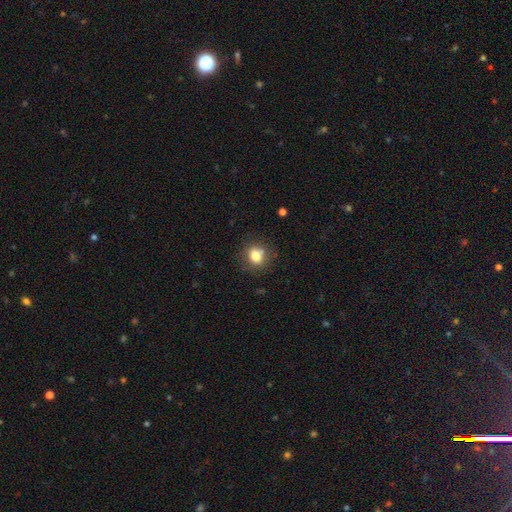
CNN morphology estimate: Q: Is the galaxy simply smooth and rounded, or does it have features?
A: smooth — 78%.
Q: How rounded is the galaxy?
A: round — 72%.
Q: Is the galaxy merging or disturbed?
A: none — 74%.